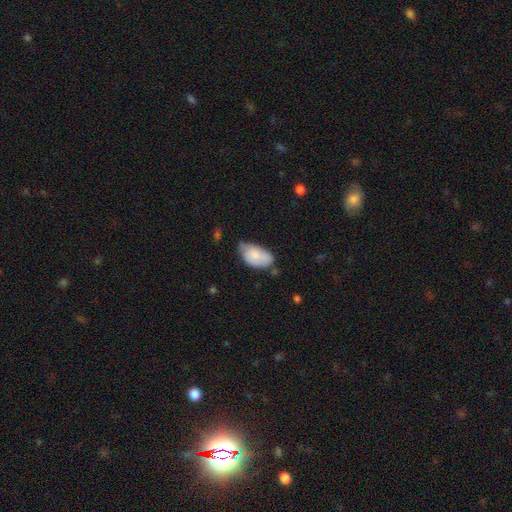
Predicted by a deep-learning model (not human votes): smooth 78%, featured or disk 15%, star or artifact 7%. Down the decision tree: how rounded — in between (94%); merging — minor disturbance (45%).